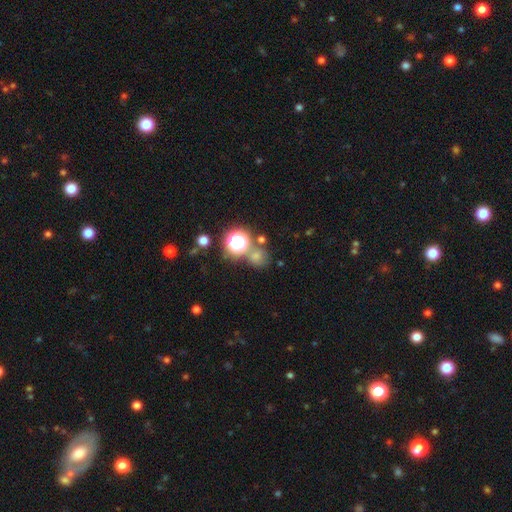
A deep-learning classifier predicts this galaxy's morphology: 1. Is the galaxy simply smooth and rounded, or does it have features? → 60% smooth, 31% star or artifact, 9% featured or disk.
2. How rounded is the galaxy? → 80% round, 18% in between, 1% cigar-shaped.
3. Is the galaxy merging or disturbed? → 61% none, 20% merger, 12% minor disturbance, 6% major disturbance.